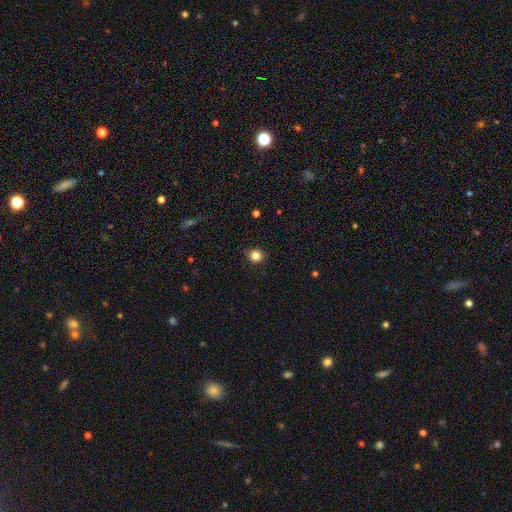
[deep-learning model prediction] Smooth or featured: smooth — 83% (star or artifact — 12%)
How rounded: round — 89% (in between — 10%)
Merging: none — 87% (minor disturbance — 10%)